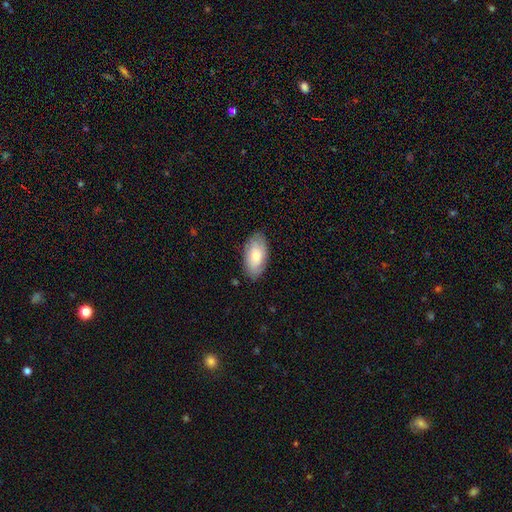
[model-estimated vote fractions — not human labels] This is likely a smooth galaxy (65%). How rounded: clearly in between (94%). Merging: clearly none (83%).